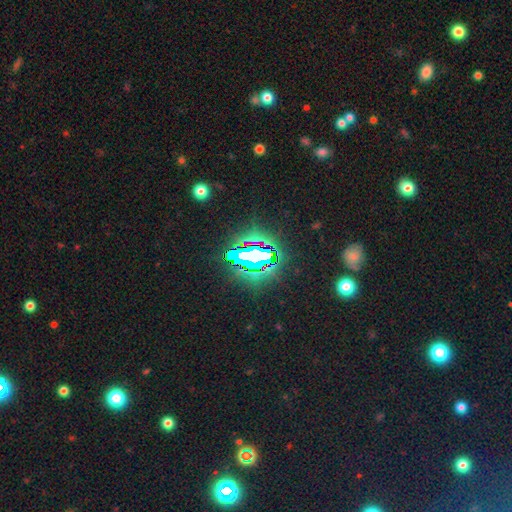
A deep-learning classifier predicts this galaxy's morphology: Q: Smooth or featured?
A: star or artifact (75%); runner-up: smooth (13%)